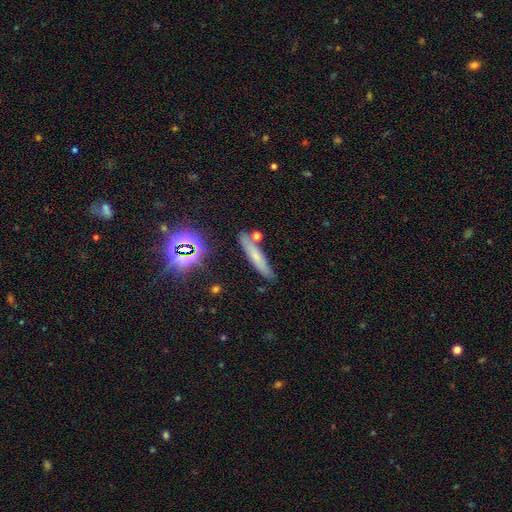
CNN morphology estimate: Q: Smooth or featured?
A: smooth (56%); runner-up: featured or disk (26%)
Q: How rounded?
A: cigar-shaped (85%); runner-up: in between (11%)
Q: Merging?
A: none (80%); runner-up: minor disturbance (11%)